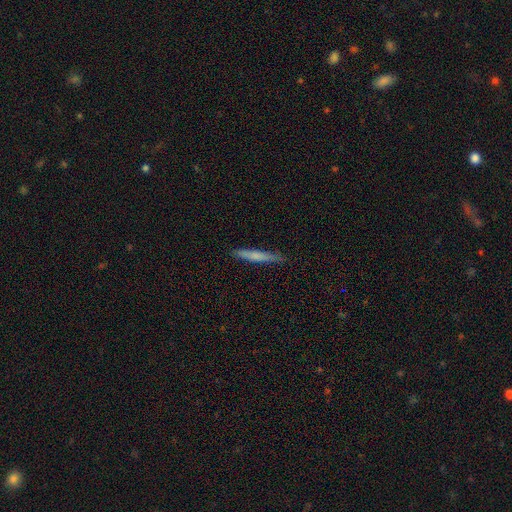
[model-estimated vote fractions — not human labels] Smooth or featured? Predicted: smooth (p=0.68). How rounded? Predicted: cigar-shaped (p=0.95). Merging? Predicted: none (p=0.86).